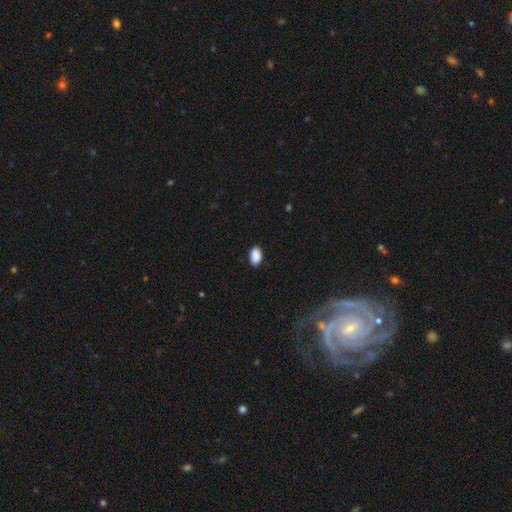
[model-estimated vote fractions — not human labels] The model was most divided on "merging": none: 84%, minor disturbance: 12%, major disturbance: 2%, merger: 1%. More confident: smooth or featured — smooth (89%); how rounded — in between (89%).